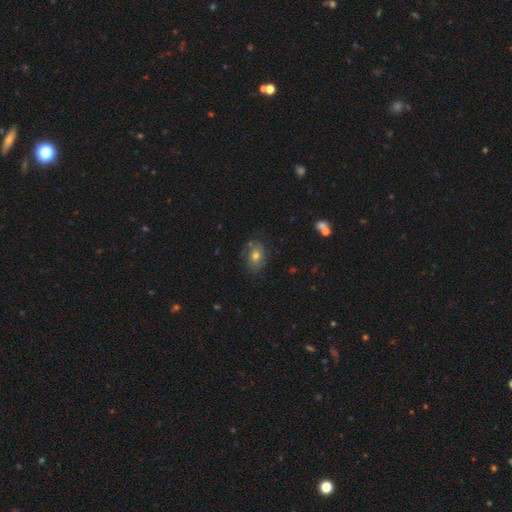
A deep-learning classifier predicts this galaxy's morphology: This appears to be a smooth galaxy with no disk features (54%) that is in between round and cigar-shaped (52%). Merging: none (75%).